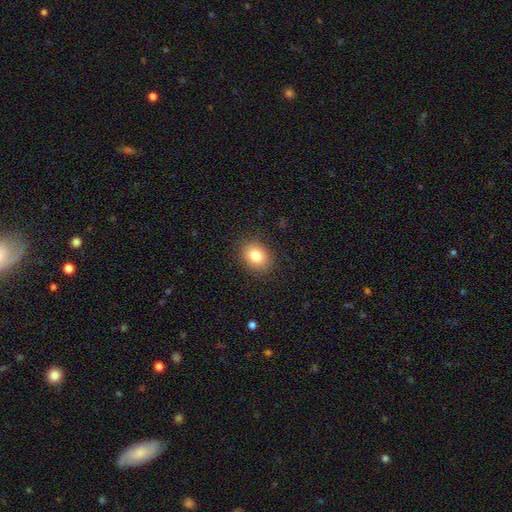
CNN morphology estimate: type=smooth (82%); roundness=in between (53%); merging=none (88%).